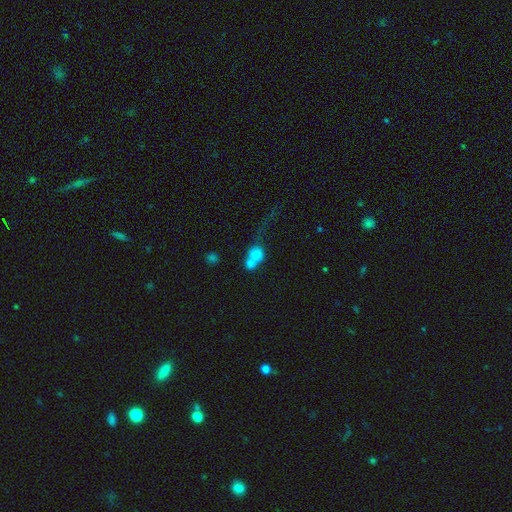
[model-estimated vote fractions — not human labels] A smooth galaxy with no disk features (71%) that is round (65%).

Vote fractions:
- Smooth or featured? smooth: 71% / featured or disk: 18% / star or artifact: 11%
- How rounded? round: 65% / in between: 32% / cigar-shaped: 2%
- Merging? merger: 67% / none: 18% / major disturbance: 9% / minor disturbance: 6%